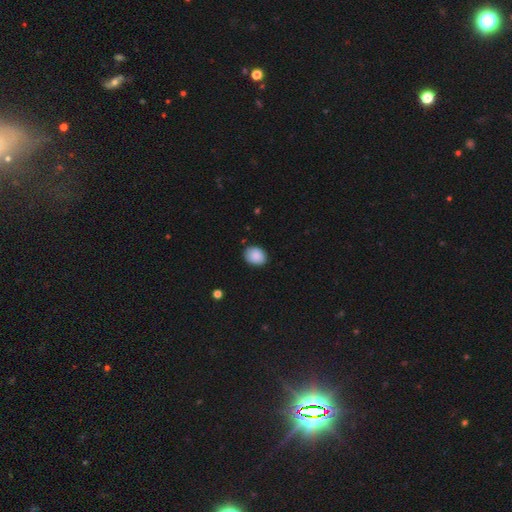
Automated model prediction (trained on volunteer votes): Q: Smooth or featured?
A: smooth (89%); runner-up: star or artifact (7%)
Q: How rounded?
A: in between (55%); runner-up: round (44%)
Q: Merging?
A: none (84%); runner-up: minor disturbance (13%)